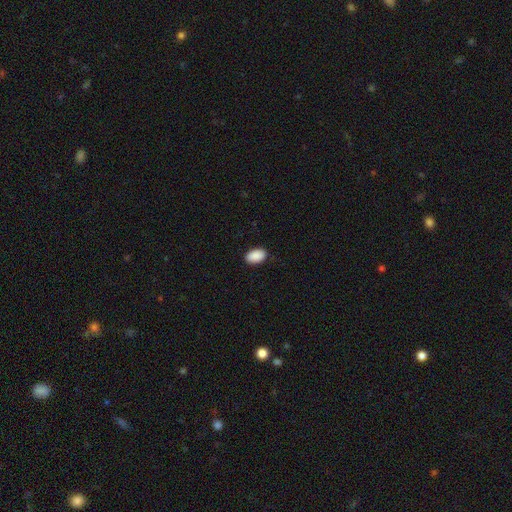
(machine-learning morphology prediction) The model was most divided on "merging": none: 89%, minor disturbance: 8%, major disturbance: 2%, merger: 1%. More confident: how rounded — in between (93%); smooth or featured — smooth (91%).